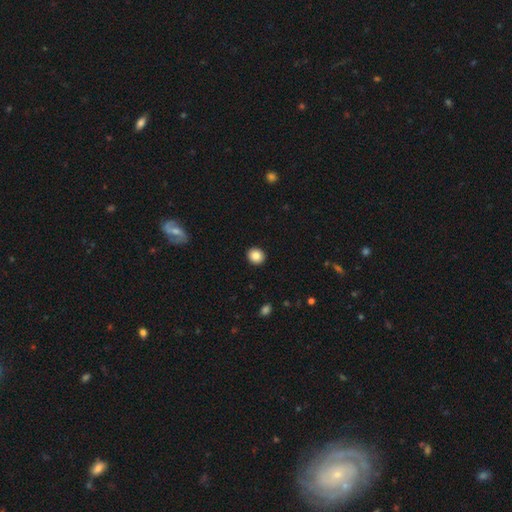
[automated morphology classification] Q: Smooth or featured?
A: smooth (86%); runner-up: star or artifact (9%)
Q: How rounded?
A: round (82%); runner-up: in between (17%)
Q: Merging?
A: none (93%); runner-up: minor disturbance (5%)